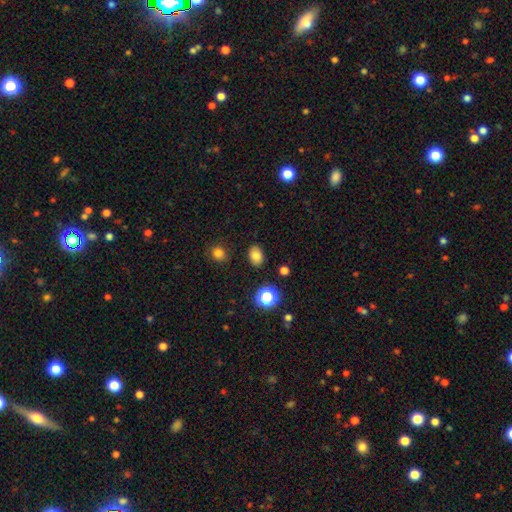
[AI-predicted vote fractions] Smooth or featured: smooth — 80% (star or artifact — 13%)
How rounded: in between — 74% (round — 25%)
Merging: none — 86% (minor disturbance — 9%)